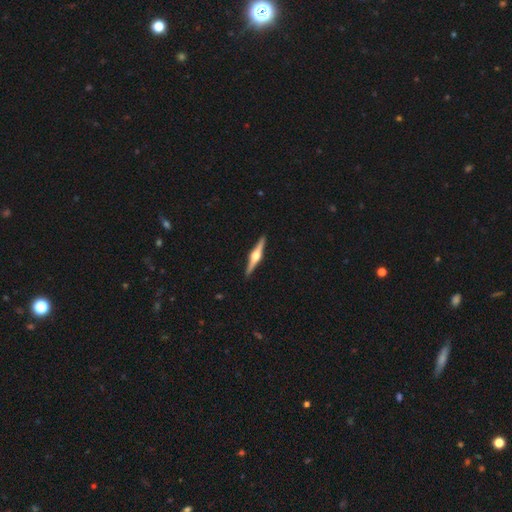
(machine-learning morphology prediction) Smooth or featured? Predicted: featured or disk (p=0.82). Edge-on disk? Predicted: yes (p=0.98). Edge-on bulge? Predicted: rounded (p=0.95). Merging? Predicted: none (p=0.92).